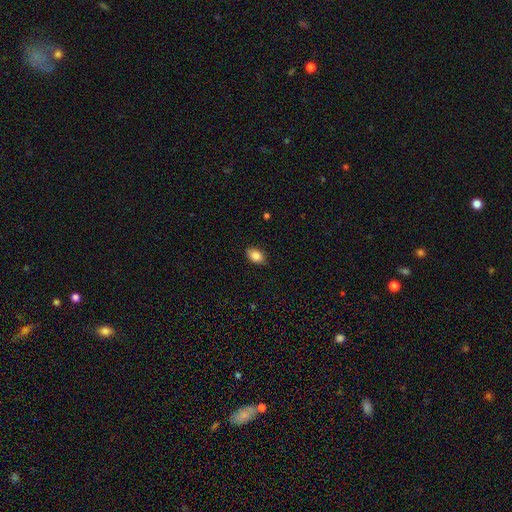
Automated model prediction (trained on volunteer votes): smooth-or-featured: smooth: 86% | star or artifact: 8% | featured or disk: 7%
  how-rounded: in between: 87% | round: 11% | cigar-shaped: 2%
  merging: none: 85% | minor disturbance: 12% | major disturbance: 2% | merger: 1%